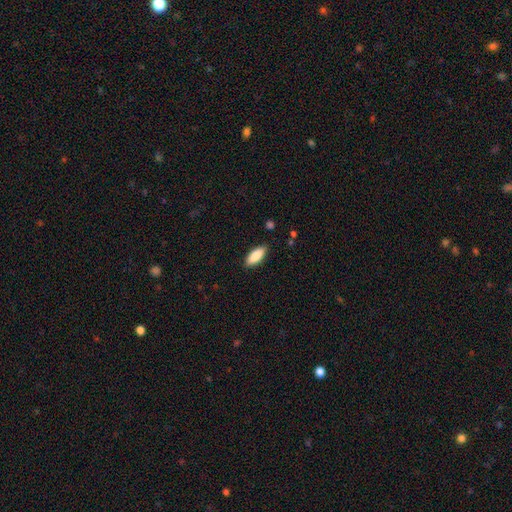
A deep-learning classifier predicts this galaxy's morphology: A smooth galaxy with no disk features (87%) that is in between round and cigar-shaped (78%). Merging: none (87%).